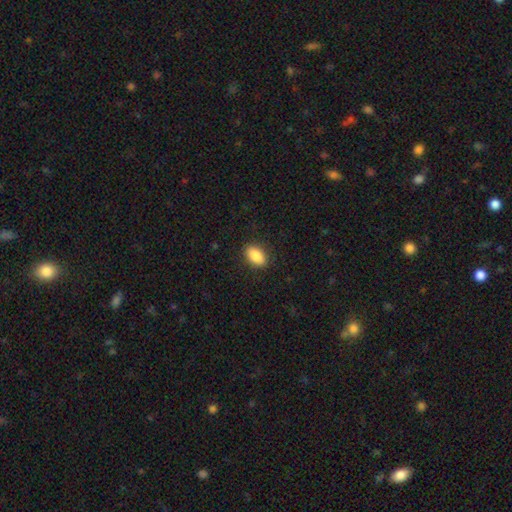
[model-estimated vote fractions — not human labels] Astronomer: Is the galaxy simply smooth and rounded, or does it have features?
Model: smooth — 88%.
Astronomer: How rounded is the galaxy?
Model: in between — 91%.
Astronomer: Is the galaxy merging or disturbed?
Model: none — 88%.